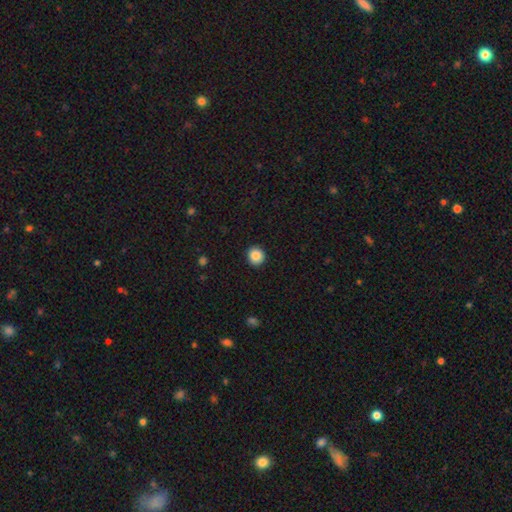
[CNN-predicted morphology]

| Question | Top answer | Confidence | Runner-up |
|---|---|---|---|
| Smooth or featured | smooth | 87% | star or artifact (9%) |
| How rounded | round | 90% | in between (9%) |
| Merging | none | 91% | minor disturbance (6%) |